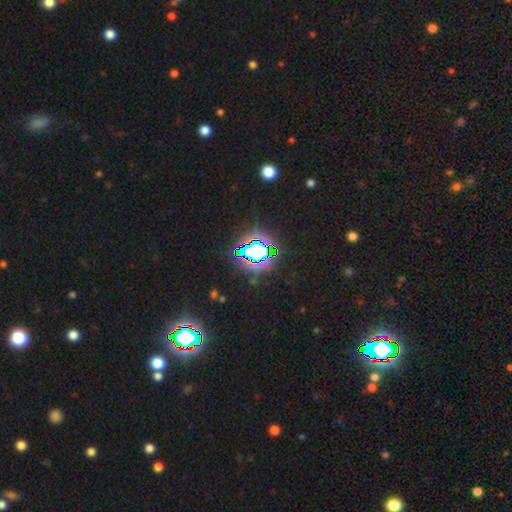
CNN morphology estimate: Smooth or featured?
  - star or artifact: 77% *
  - smooth: 13%
  - featured or disk: 10%